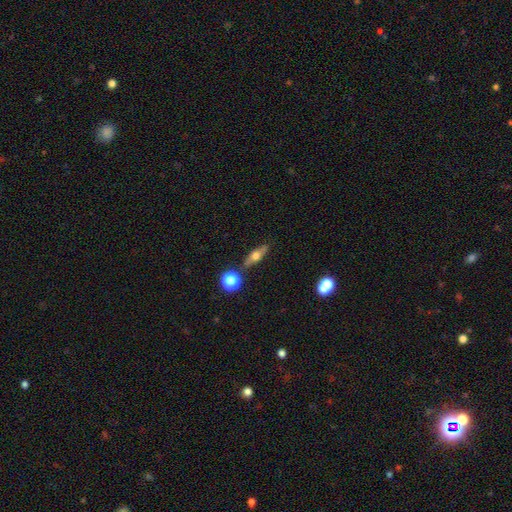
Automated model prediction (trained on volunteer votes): Smooth or featured?
  - smooth: 46% *
  - featured or disk: 44%
  - star or artifact: 10%
Merging?
  - none: 79% *
  - minor disturbance: 12%
  - merger: 6%
  - major disturbance: 3%